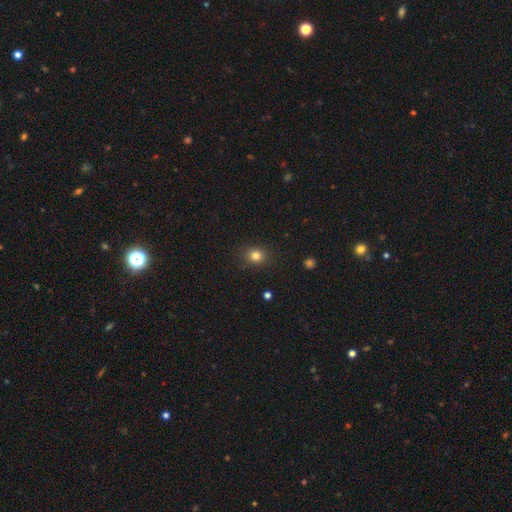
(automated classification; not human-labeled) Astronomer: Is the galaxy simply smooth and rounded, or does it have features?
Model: smooth — 81%.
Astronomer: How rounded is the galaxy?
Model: round — 73%.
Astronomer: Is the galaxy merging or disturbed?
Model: none — 88%.